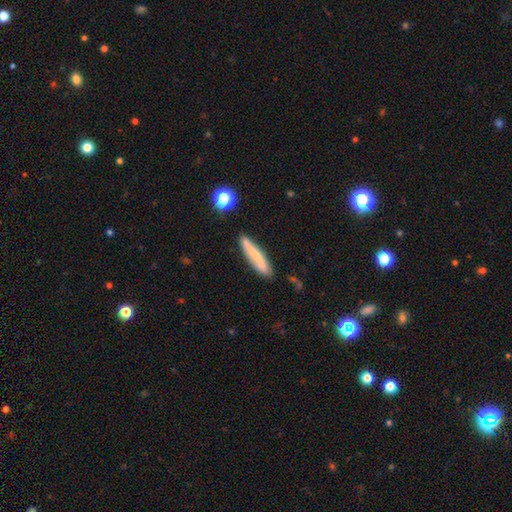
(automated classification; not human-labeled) Morphology: type=smooth (58%); roundness=cigar-shaped (88%); merging=none (76%).